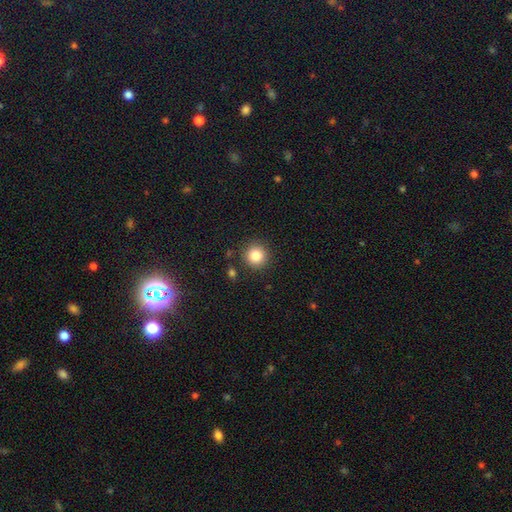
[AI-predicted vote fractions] smooth-or-featured: smooth: 84% | star or artifact: 11% | featured or disk: 5%
  how-rounded: round: 94% | in between: 5% | cigar-shaped: 1%
  merging: none: 88% | minor disturbance: 7% | merger: 3% | major disturbance: 2%